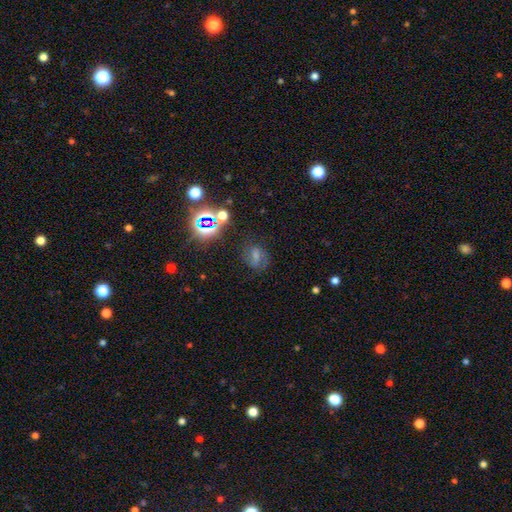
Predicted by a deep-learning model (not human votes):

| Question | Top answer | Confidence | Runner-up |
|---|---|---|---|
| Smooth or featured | smooth | 42% | featured or disk (32%) |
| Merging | none | 66% | minor disturbance (20%) |